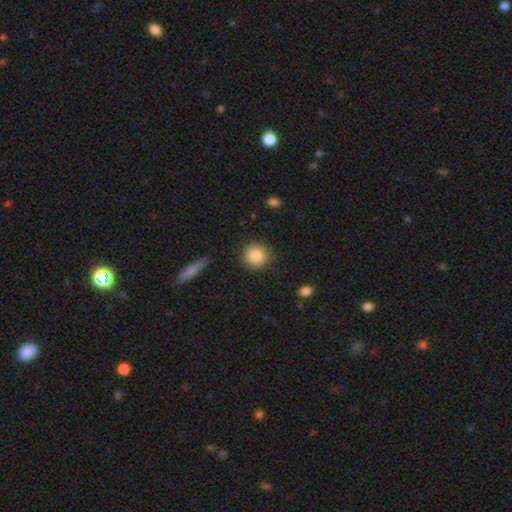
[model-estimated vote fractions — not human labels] The model was most divided on "merging": none: 85%, minor disturbance: 10%, major disturbance: 3%, merger: 2%. More confident: how rounded — round (90%); smooth or featured — smooth (86%).